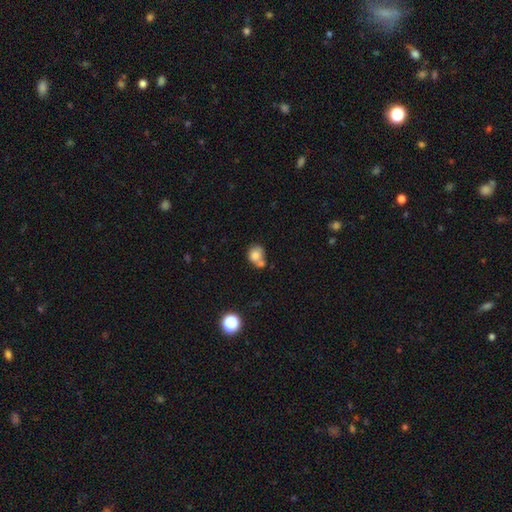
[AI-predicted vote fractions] This is likely a smooth galaxy (78%). How rounded: likely round (68%). Merging: marginally merger (43%).